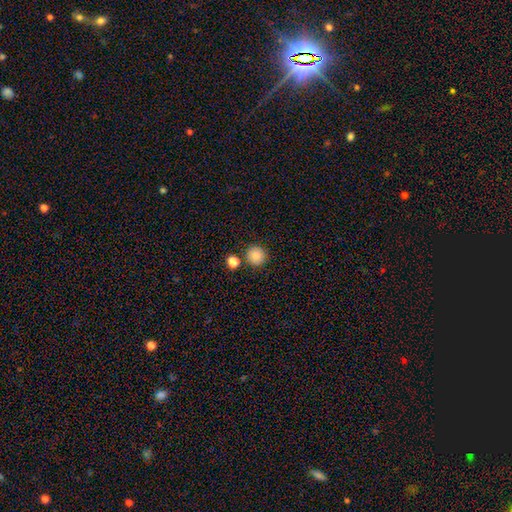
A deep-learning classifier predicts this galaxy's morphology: A smooth galaxy with no disk features (85%) that is round (95%).

Vote fractions:
- Smooth or featured? smooth: 85% / star or artifact: 10% / featured or disk: 5%
- How rounded? round: 95% / in between: 4% / cigar-shaped: 1%
- Merging? none: 84% / minor disturbance: 7% / merger: 7% / major disturbance: 2%